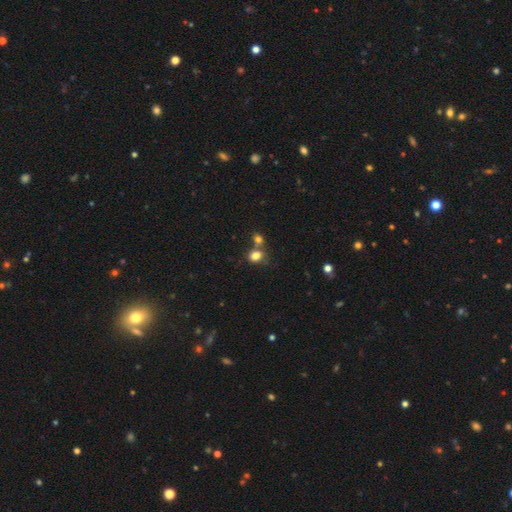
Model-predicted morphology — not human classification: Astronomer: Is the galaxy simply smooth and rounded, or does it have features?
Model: smooth — 80%.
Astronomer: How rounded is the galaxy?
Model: round — 57% (runner-up: in between, 42%).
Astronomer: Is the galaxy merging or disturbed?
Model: none — 47% (runner-up: merger, 36%).